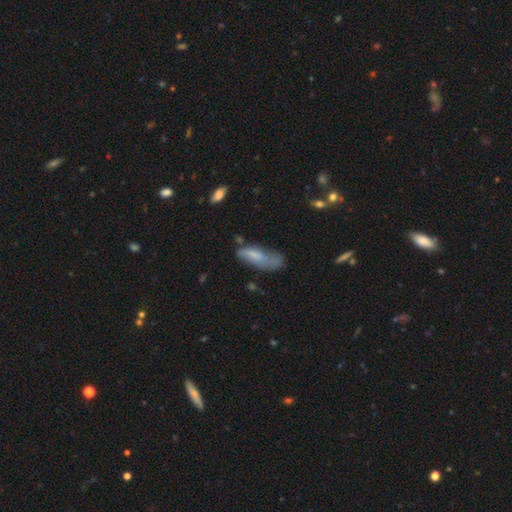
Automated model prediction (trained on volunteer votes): This appears to be a smooth galaxy with no disk features (63%) that is in between round and cigar-shaped (59%). Merging: none (33%).